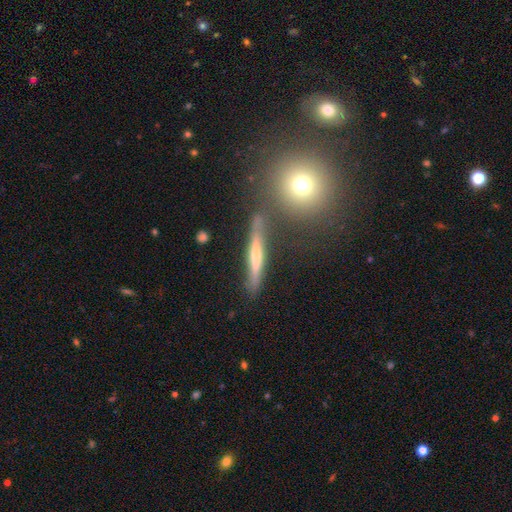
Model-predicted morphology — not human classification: The model was most divided on "smooth or featured": featured or disk: 64%, smooth: 23%, star or artifact: 13%. More confident: edge-on disk — yes (90%); merging — none (80%); edge-on bulge — rounded (69%).